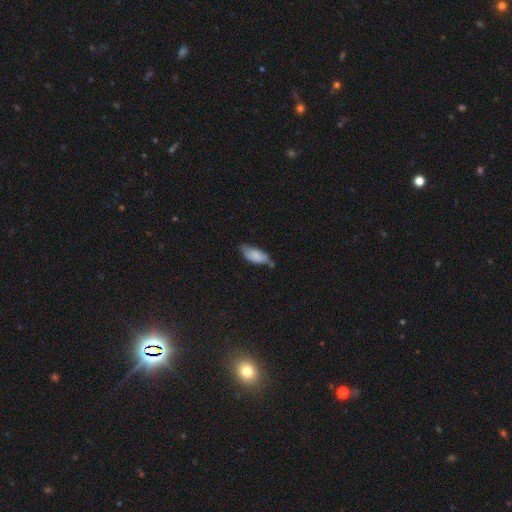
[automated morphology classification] Smooth or featured: smooth — 77% (featured or disk — 16%)
How rounded: in between — 80% (cigar-shaped — 19%)
Merging: none — 49% (minor disturbance — 35%)